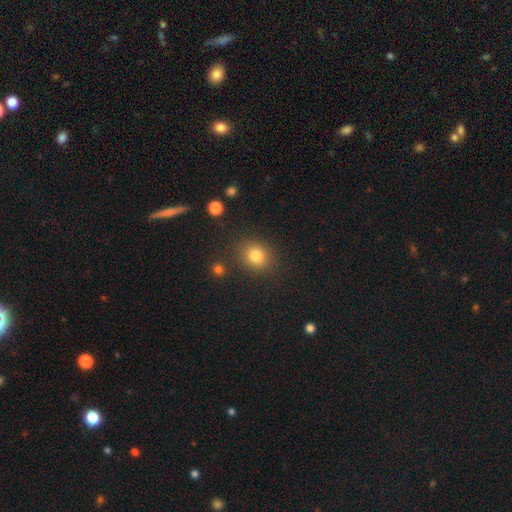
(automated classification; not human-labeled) smooth-or-featured: smooth: 80% | star or artifact: 13% | featured or disk: 7%
  how-rounded: round: 75% | in between: 24% | cigar-shaped: 1%
  merging: none: 84% | minor disturbance: 9% | major disturbance: 3% | merger: 3%